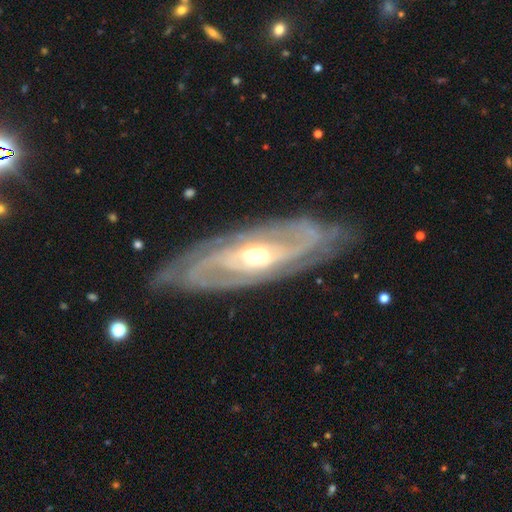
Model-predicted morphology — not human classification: Smooth or featured? Predicted: featured or disk (p=0.87). Edge-on disk? Predicted: no (p=0.86). Bar? Predicted: no (p=0.49). Spiral arms? Predicted: yes (p=0.92). Spiral winding? Predicted: tight (p=0.59). Spiral arm count? Predicted: 2 (p=0.53). Bulge size? Predicted: moderate (p=0.67). Merging? Predicted: none (p=0.79).